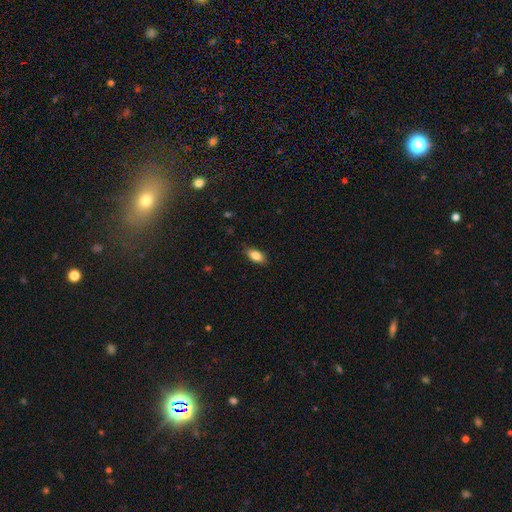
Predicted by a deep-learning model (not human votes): Smooth or featured?
  - smooth: 83% *
  - featured or disk: 9%
  - star or artifact: 8%
How rounded?
  - in between: 89% *
  - cigar-shaped: 7%
  - round: 4%
Merging?
  - none: 86% *
  - minor disturbance: 11%
  - major disturbance: 2%
  - merger: 1%